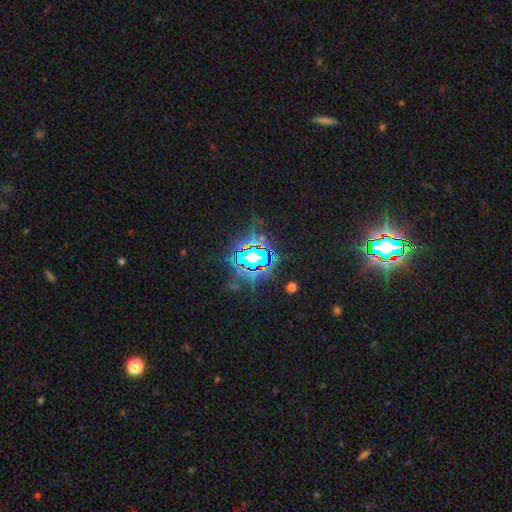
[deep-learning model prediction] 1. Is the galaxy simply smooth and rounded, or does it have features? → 83% star or artifact, 9% smooth, 8% featured or disk.